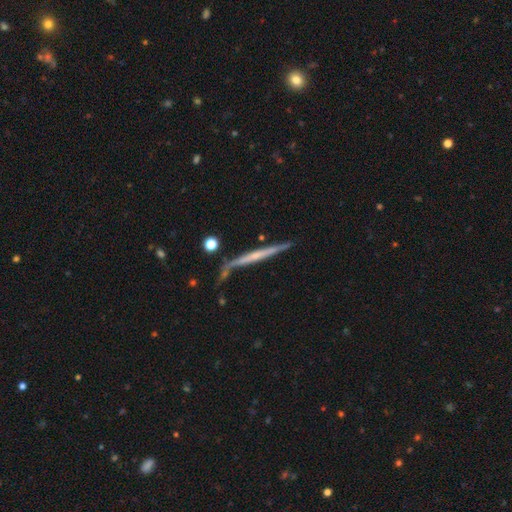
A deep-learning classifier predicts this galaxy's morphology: A featured or disk galaxy (66%) viewed edge-on (95%) with no central bulge (65%). Merging: none (67%).